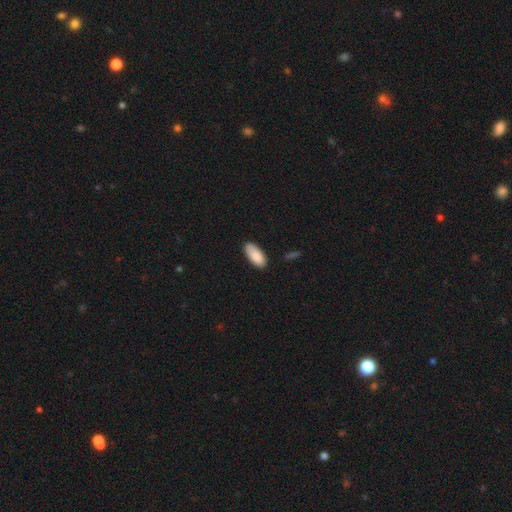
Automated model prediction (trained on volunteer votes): Smooth or featured? smooth (89%)
How rounded? in between (90%)
Merging? none (83%)